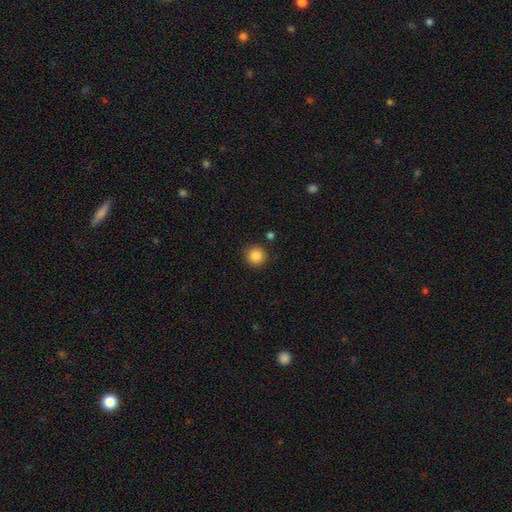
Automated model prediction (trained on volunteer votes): Morphology: type=smooth (87%); roundness=round (94%); merging=none (89%).